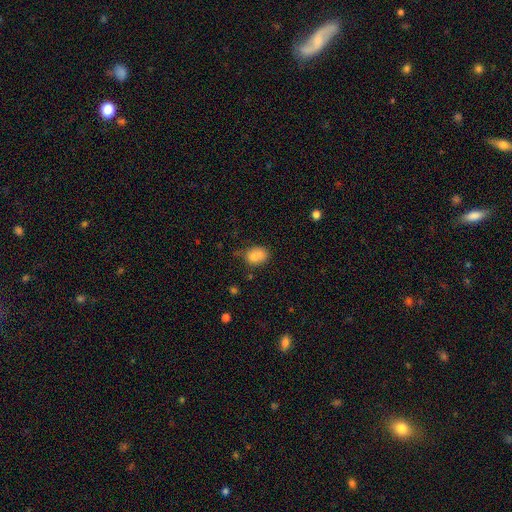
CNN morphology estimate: Q: Smooth or featured?
A: smooth (79%); runner-up: featured or disk (11%)
Q: How rounded?
A: in between (65%); runner-up: round (33%)
Q: Merging?
A: none (48%); runner-up: merger (23%)